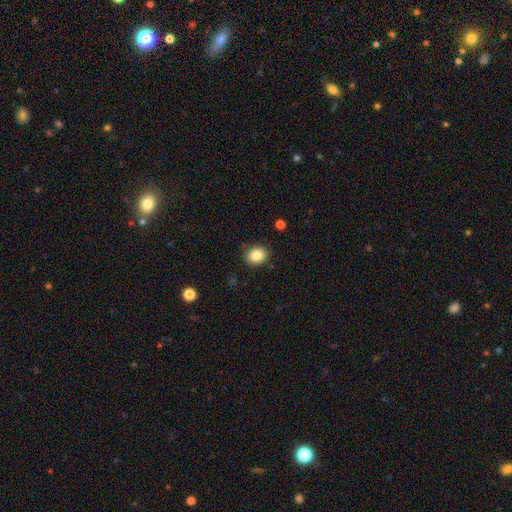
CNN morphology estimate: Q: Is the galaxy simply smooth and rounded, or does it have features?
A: smooth — 84%.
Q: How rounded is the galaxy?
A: round — 62%.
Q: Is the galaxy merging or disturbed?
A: none — 89%.